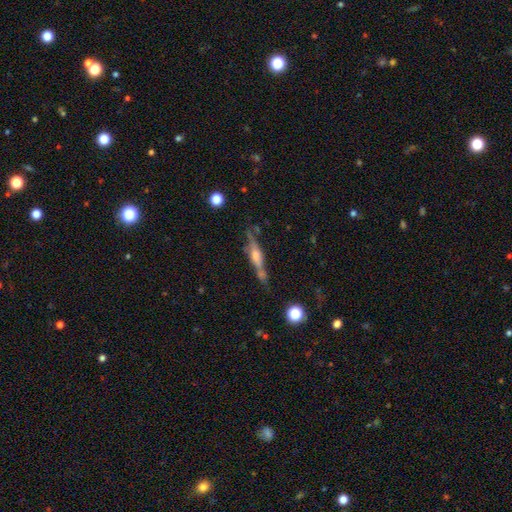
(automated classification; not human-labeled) This appears to be a featured or disk galaxy (67%) viewed edge-on (91%) with a rounded central bulge (73%). Merging: none (62%).